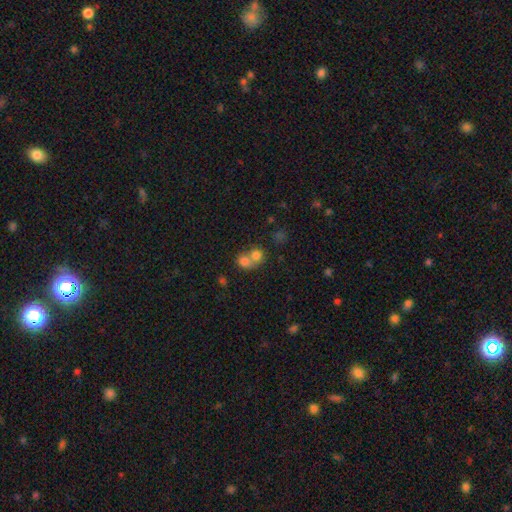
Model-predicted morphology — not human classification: A smooth galaxy with no disk features (76%) that is round (73%). Merging: merger (65%).